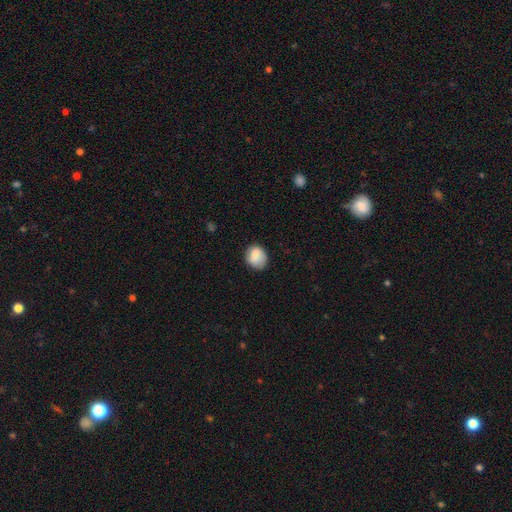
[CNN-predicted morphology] This appears to be a smooth galaxy with no disk features (84%) that is round (63%). Merging: none (72%).